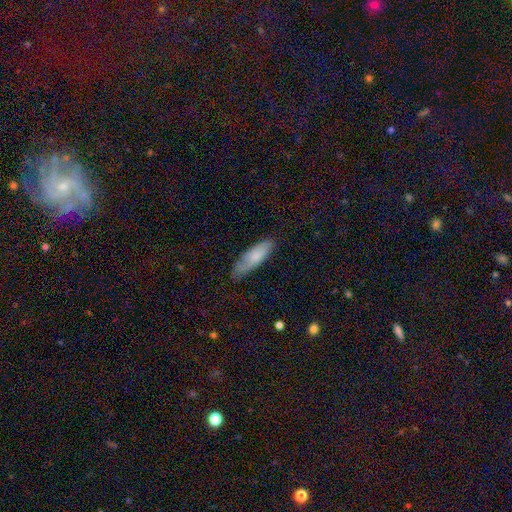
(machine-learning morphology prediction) smooth-or-featured: smooth: 74% | featured or disk: 20% | star or artifact: 6%
  how-rounded: cigar-shaped: 50% | in between: 48% | round: 2%
  merging: none: 68% | minor disturbance: 25% | major disturbance: 5% | merger: 2%